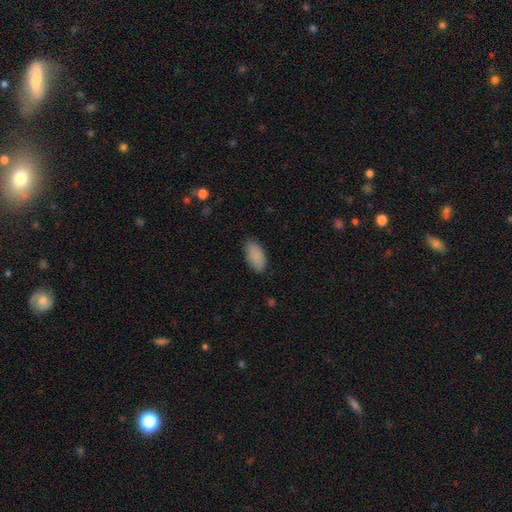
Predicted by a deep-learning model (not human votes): Overall: smooth (89%). How rounded: in between (94%). Merging: none (83%).